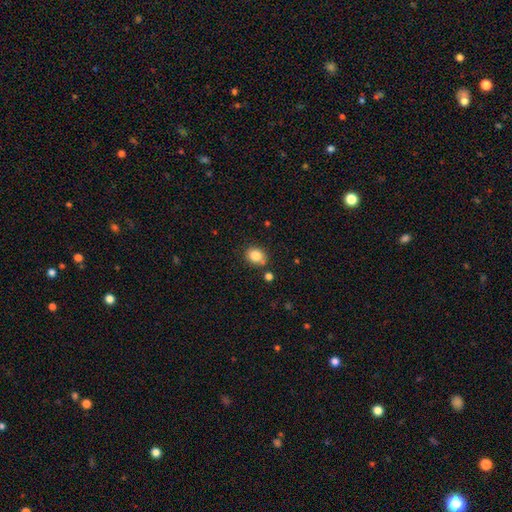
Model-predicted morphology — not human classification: type=smooth (84%); roundness=round (55%); merging=none (73%).